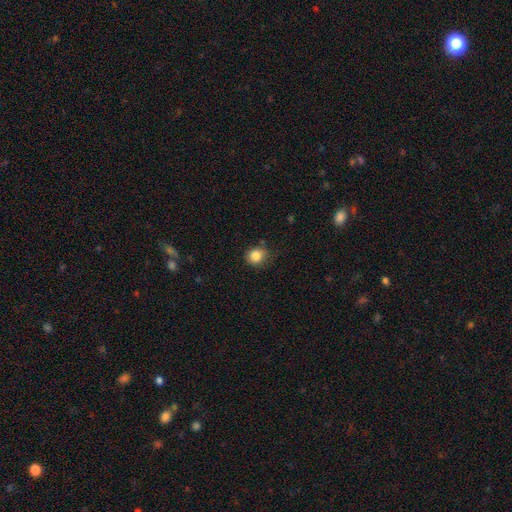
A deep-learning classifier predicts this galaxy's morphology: This appears to be a smooth galaxy with no disk features (84%) that is round (82%). Merging: none (75%).